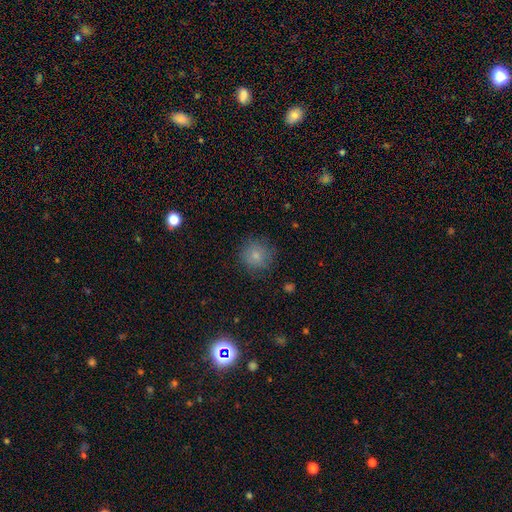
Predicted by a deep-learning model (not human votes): This appears to be a smooth galaxy with no disk features (82%) that is round (92%). Merging: none (82%).